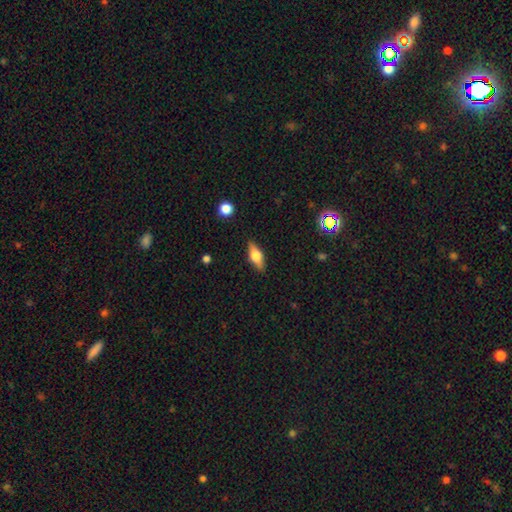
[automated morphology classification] Smooth or featured: smooth — 48% (featured or disk — 44%)
Merging: none — 87% (minor disturbance — 9%)